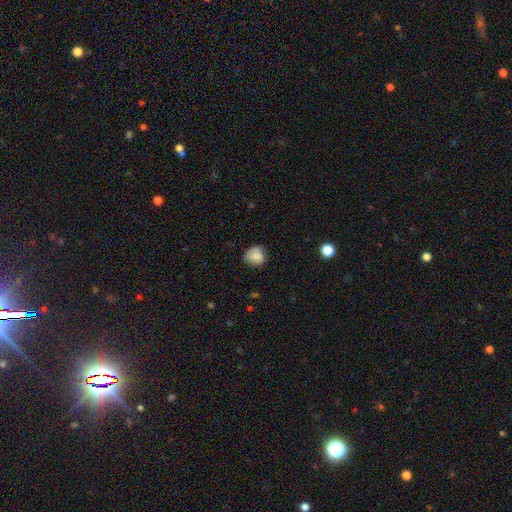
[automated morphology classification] This is likely a smooth galaxy (78%). How rounded: likely round (69%). Merging: possibly none (58%).